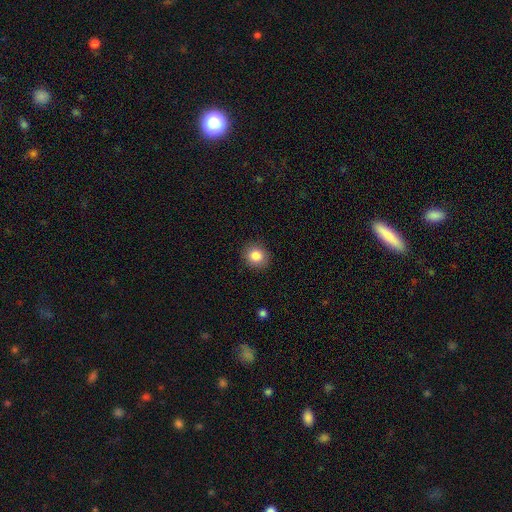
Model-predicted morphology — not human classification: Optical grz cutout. It shows a smooth galaxy with no disk features (85%) that is round (80%). Merging: none (89%).